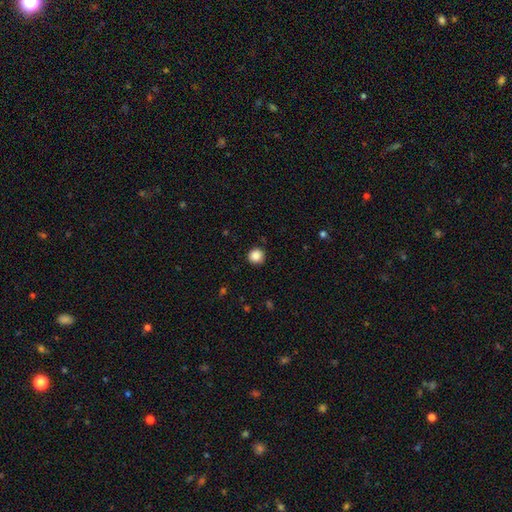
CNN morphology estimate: type=smooth (87%); roundness=round (95%); merging=none (91%).